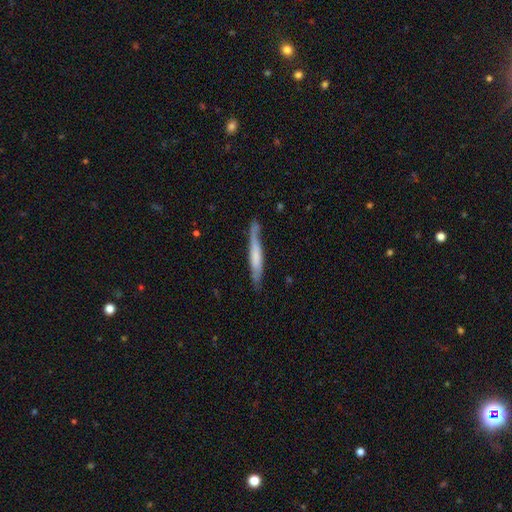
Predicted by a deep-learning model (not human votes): Q: Smooth or featured?
A: smooth (47%); tied with: featured or disk (47%)
Q: Merging?
A: none (70%); runner-up: minor disturbance (22%)